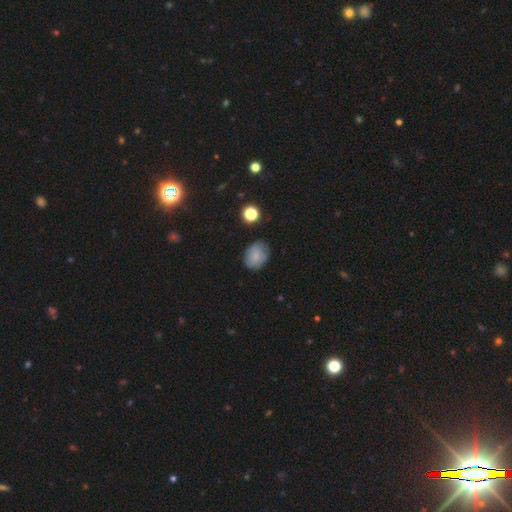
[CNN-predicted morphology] smooth-or-featured: smooth: 78% | featured or disk: 13% | star or artifact: 10%
  how-rounded: in between: 65% | round: 34% | cigar-shaped: 1%
  merging: none: 73% | minor disturbance: 20% | major disturbance: 5% | merger: 2%